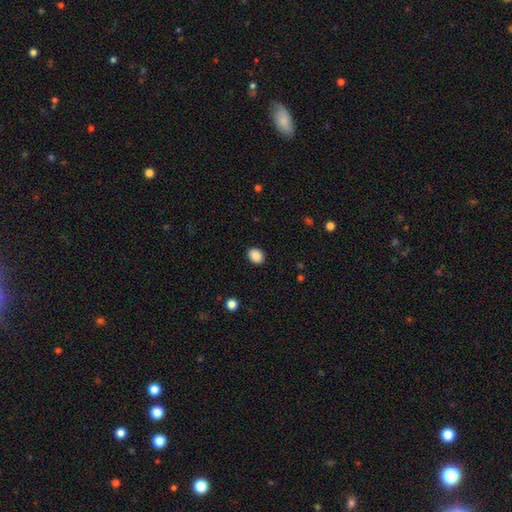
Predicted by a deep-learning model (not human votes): smooth_or_featured: smooth (p=0.89) [alt: star or artifact p=0.08]
how_rounded: in between (p=0.55) [alt: round p=0.44]
merging: none (p=0.89) [alt: minor disturbance p=0.07]